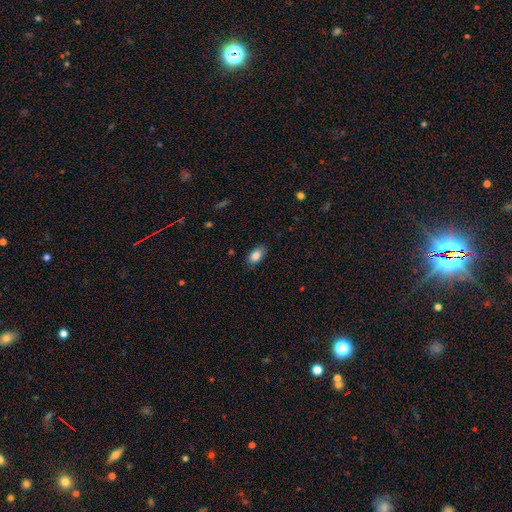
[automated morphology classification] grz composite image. It shows a smooth galaxy with no disk features (86%) that is in between round and cigar-shaped (92%). Merging: none (84%).